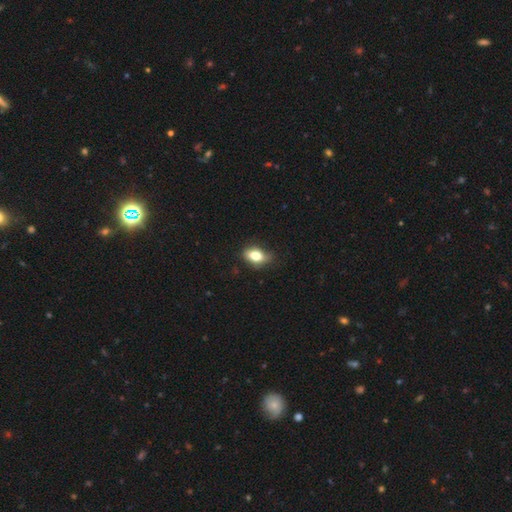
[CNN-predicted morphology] Overall: smooth (77%). How rounded: in between (83%). Merging: none (68%).